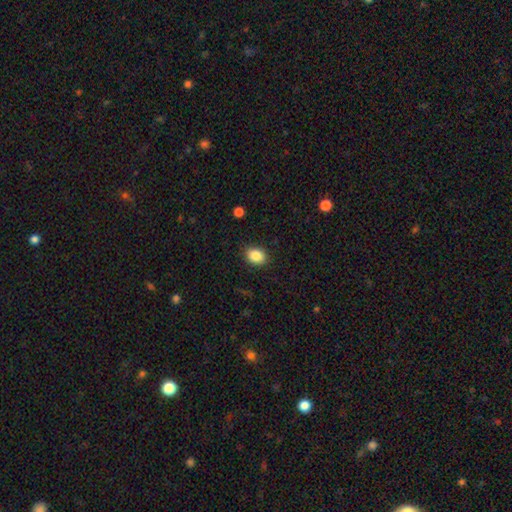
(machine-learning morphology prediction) This appears to be a smooth galaxy with no disk features (87%) that is in between round and cigar-shaped (64%). Merging: none (88%).